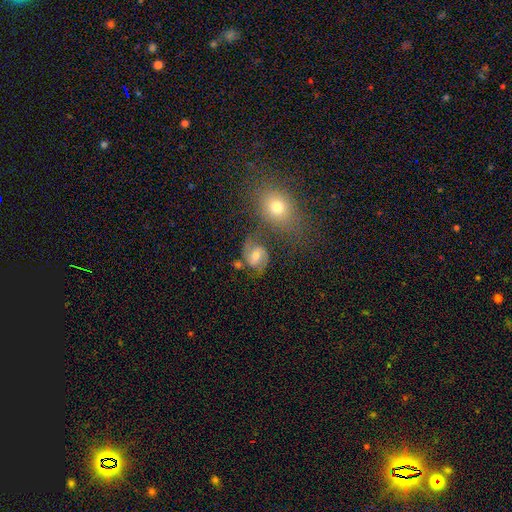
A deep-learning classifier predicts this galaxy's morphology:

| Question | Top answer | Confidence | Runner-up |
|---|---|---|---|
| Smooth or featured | featured or disk | 56% | smooth (32%) |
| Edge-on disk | no | 97% | yes (3%) |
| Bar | weak | 49% | no (33%) |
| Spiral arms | yes | 84% | no (16%) |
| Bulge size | moderate | 66% | small (23%) |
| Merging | none | 59% | minor disturbance (18%) |